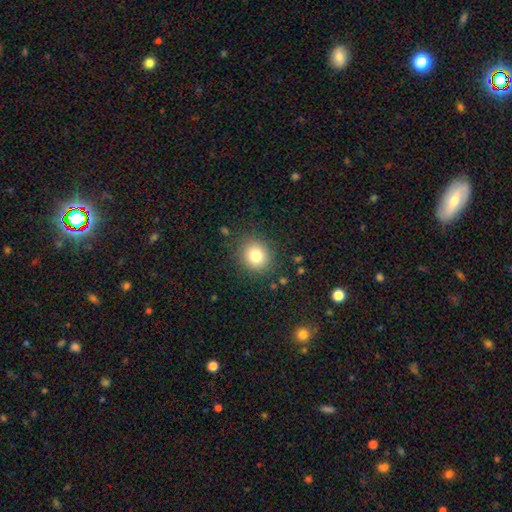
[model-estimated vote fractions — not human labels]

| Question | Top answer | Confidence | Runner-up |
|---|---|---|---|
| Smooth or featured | smooth | 80% | star or artifact (12%) |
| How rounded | round | 80% | in between (20%) |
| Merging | none | 87% | minor disturbance (9%) |